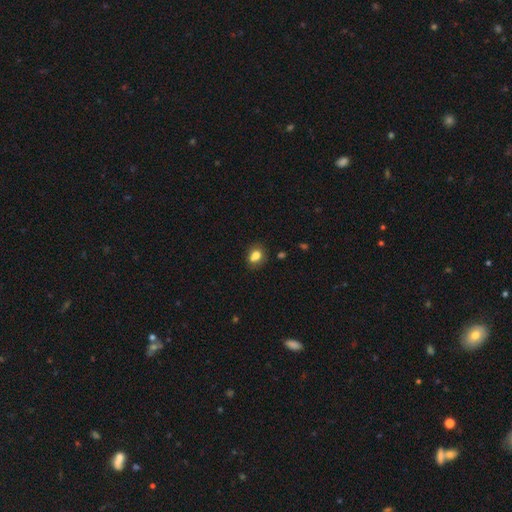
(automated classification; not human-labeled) The model was most divided on "how rounded": in between: 59%, round: 40%, cigar-shaped: 1%. More confident: smooth or featured — smooth (79%); merging — none (69%).